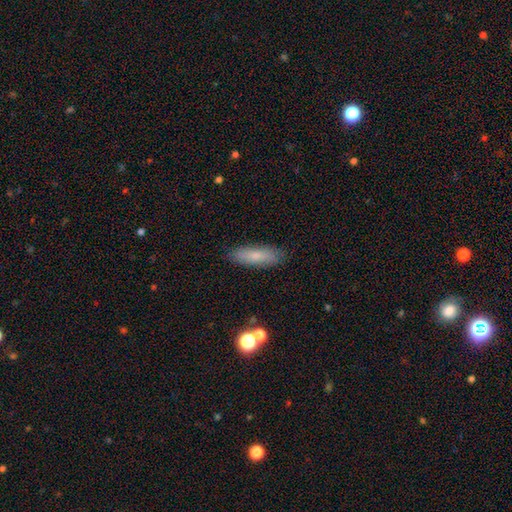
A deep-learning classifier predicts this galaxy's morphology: Smooth or featured: smooth — 75% (featured or disk — 17%)
How rounded: cigar-shaped — 59% (in between — 39%)
Merging: none — 86% (minor disturbance — 10%)